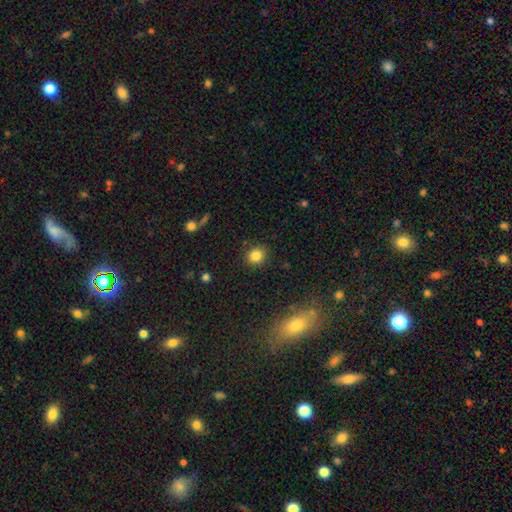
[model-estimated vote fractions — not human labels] The model was most divided on "smooth or featured": smooth: 83%, star or artifact: 11%, featured or disk: 5%. More confident: merging — none (88%); how rounded — round (88%).